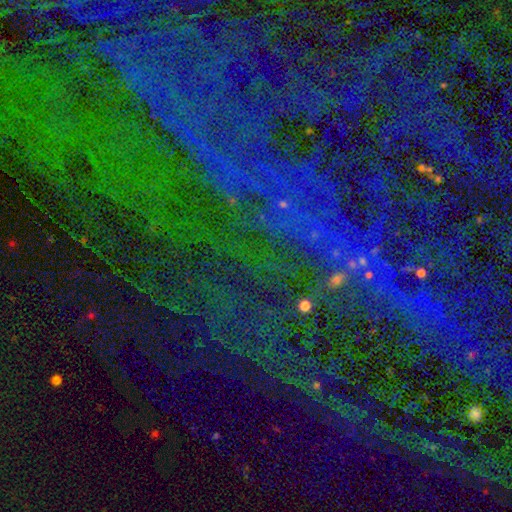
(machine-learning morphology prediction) Overall: star or artifact (83%).